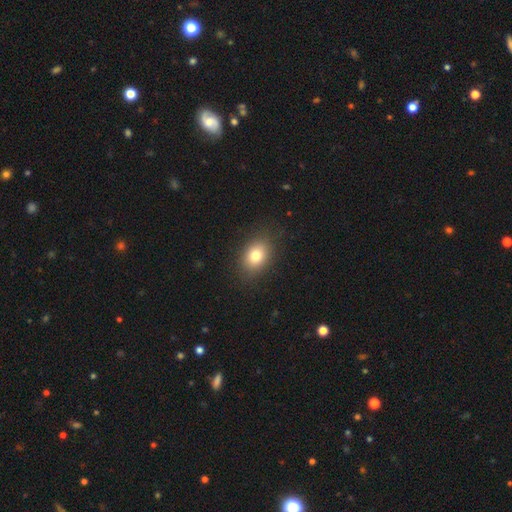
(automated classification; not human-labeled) A smooth galaxy with no disk features (78%) that is in between round and cigar-shaped (66%).

Vote fractions:
- Smooth or featured? smooth: 78% / featured or disk: 11% / star or artifact: 11%
- How rounded? in between: 66% / round: 33% / cigar-shaped: 1%
- Merging? none: 85% / minor disturbance: 10% / major disturbance: 4% / merger: 1%